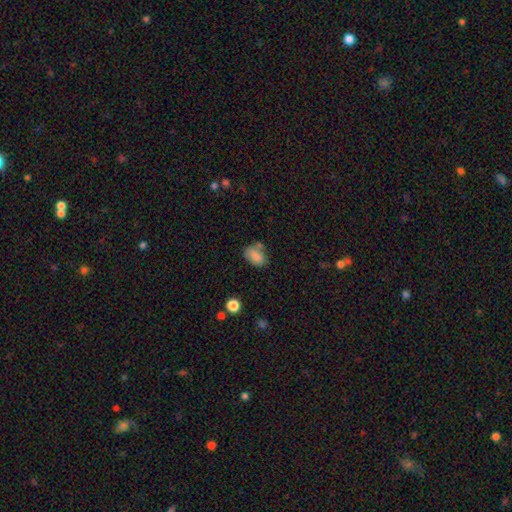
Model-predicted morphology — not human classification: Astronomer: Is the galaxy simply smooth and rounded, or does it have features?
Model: smooth — 82%.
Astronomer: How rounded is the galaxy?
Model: in between — 82%.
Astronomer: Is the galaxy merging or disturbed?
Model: none — 53%.